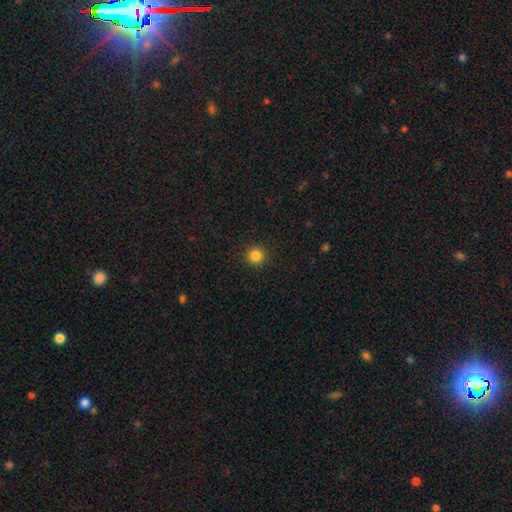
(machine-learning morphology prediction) Overall: smooth (85%). How rounded: round (94%). Merging: none (92%).